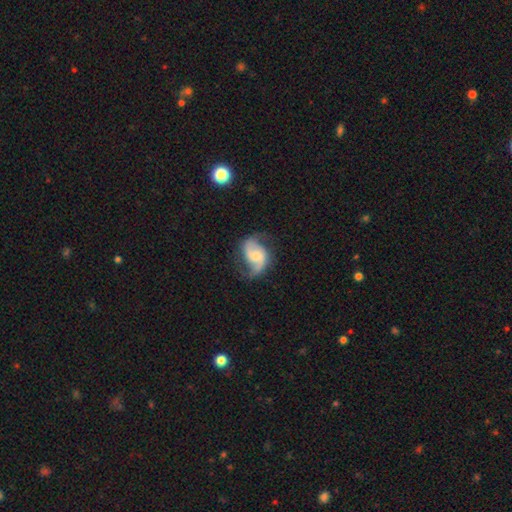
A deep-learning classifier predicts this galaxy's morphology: This appears to be a featured or disk galaxy (81%) with no bar (49%), 2 (86%) loose (48%) spiral arms (96%) and a small central bulge (41%). Merging: none (63%).